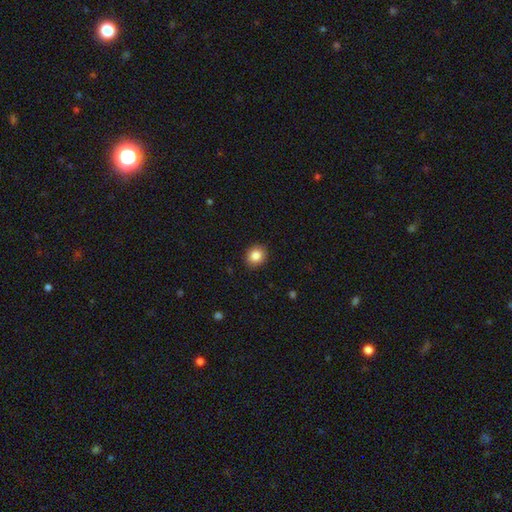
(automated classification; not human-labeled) This appears to be a smooth galaxy with no disk features (85%) that is round (64%). Merging: none (90%).